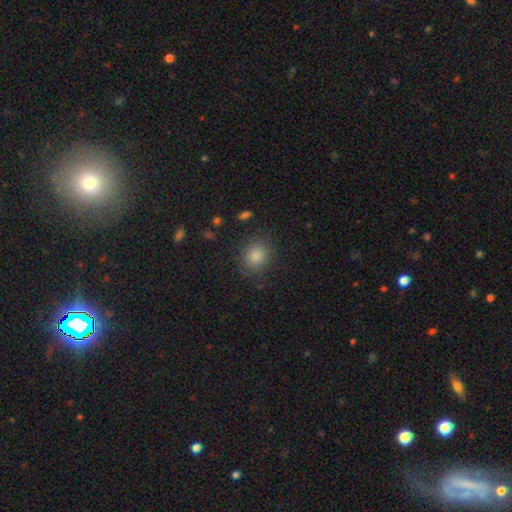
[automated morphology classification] A smooth galaxy with no disk features (81%) that is round (70%).

Vote fractions:
- Smooth or featured? smooth: 81% / star or artifact: 13% / featured or disk: 6%
- How rounded? round: 70% / in between: 29% / cigar-shaped: 1%
- Merging? none: 86% / minor disturbance: 10% / major disturbance: 3% / merger: 1%